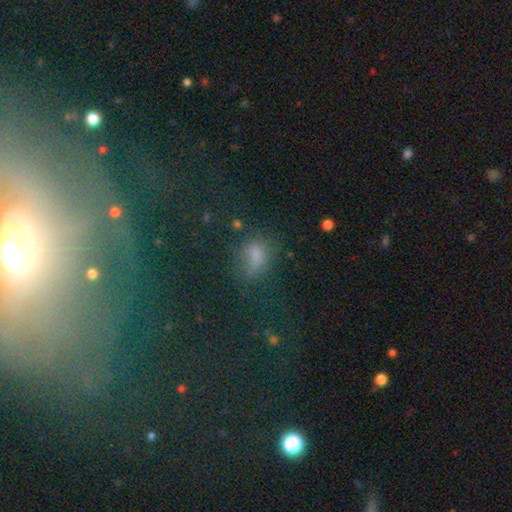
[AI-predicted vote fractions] Smooth or featured: smooth — 64% (star or artifact — 25%)
How rounded: in between — 74% (round — 21%)
Merging: none — 46% (minor disturbance — 27%)